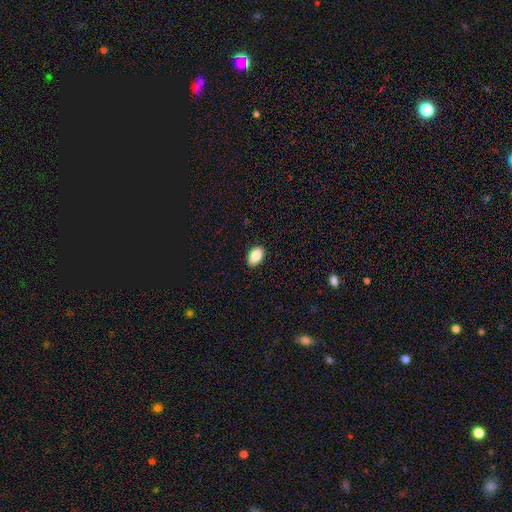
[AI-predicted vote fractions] Morphology: type=smooth (88%); roundness=in between (92%); merging=none (89%).